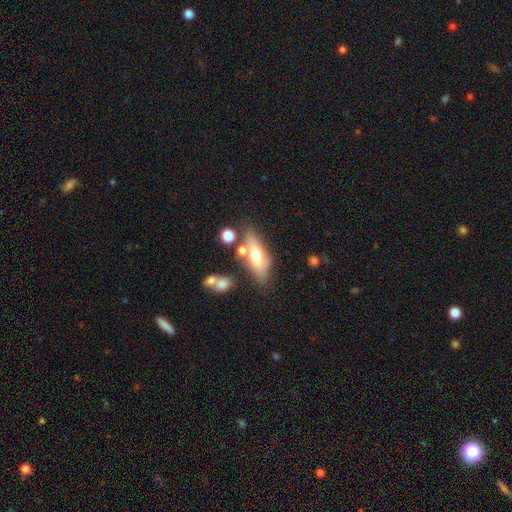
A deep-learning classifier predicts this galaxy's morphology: This is possibly a smooth galaxy (54%). How rounded: likely in between (63%). Merging: likely none (63%).